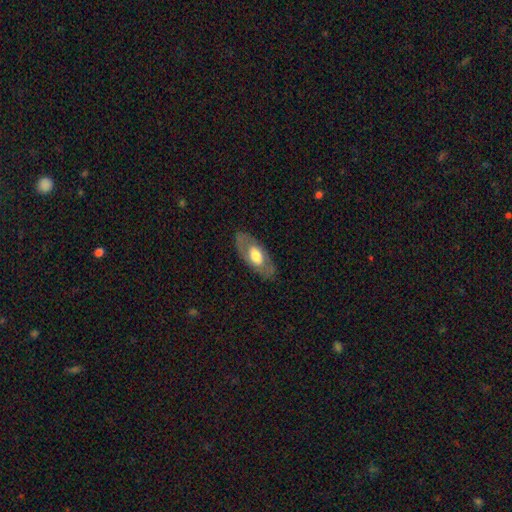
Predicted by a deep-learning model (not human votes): This is possibly a featured or disk galaxy (48%). Merging: clearly none (81%).